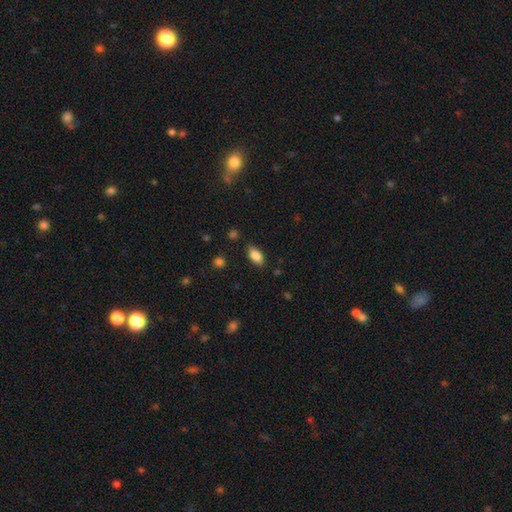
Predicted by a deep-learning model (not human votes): smooth_or_featured: smooth (p=0.84) [alt: featured or disk p=0.08]
how_rounded: in between (p=0.89) [alt: cigar-shaped p=0.08]
merging: none (p=0.84) [alt: minor disturbance p=0.12]